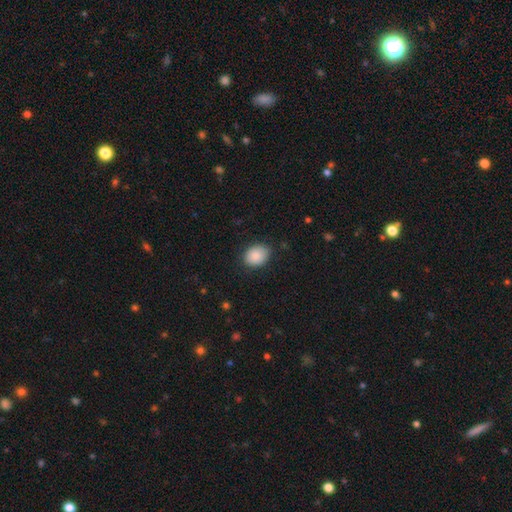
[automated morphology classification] Smooth or featured? smooth (88%)
How rounded? in between (61%)
Merging? none (82%)